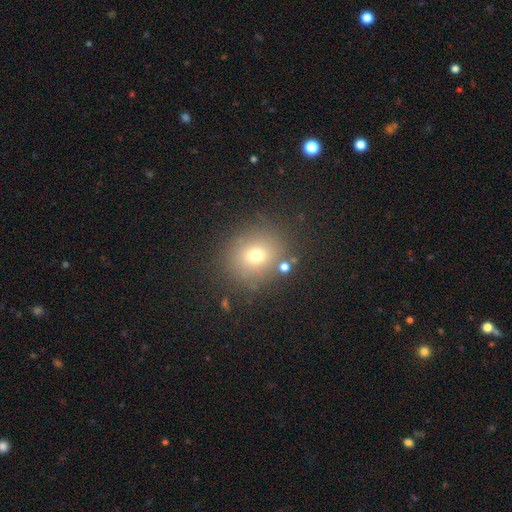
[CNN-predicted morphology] smooth 68%, star or artifact 19%, featured or disk 13%. Down the decision tree: how rounded — round (82%); merging — none (81%).